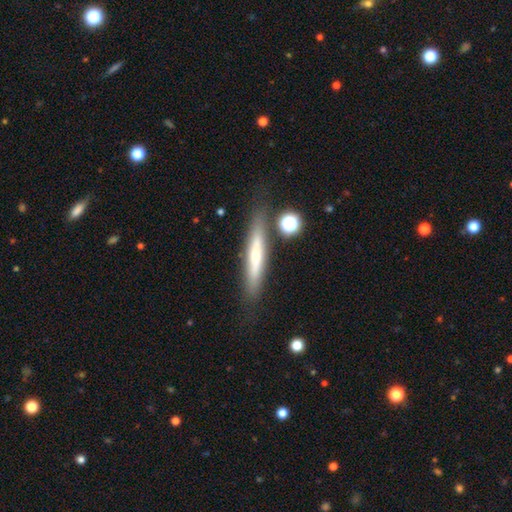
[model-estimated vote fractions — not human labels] Smooth or featured? Predicted: smooth (p=0.50). Merging? Predicted: none (p=0.81).